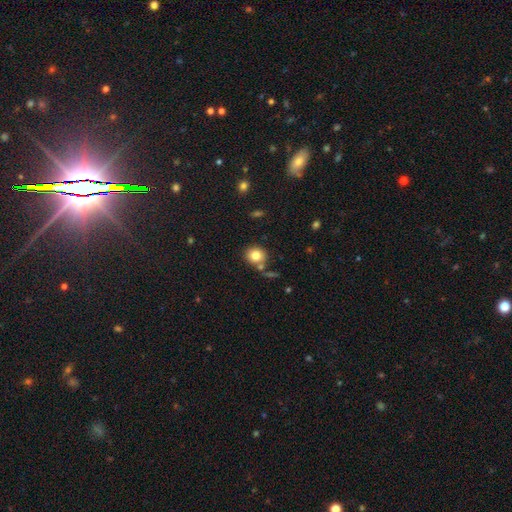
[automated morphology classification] Smooth or featured? Predicted: smooth (p=0.79). How rounded? Predicted: round (p=0.80). Merging? Predicted: none (p=0.72).